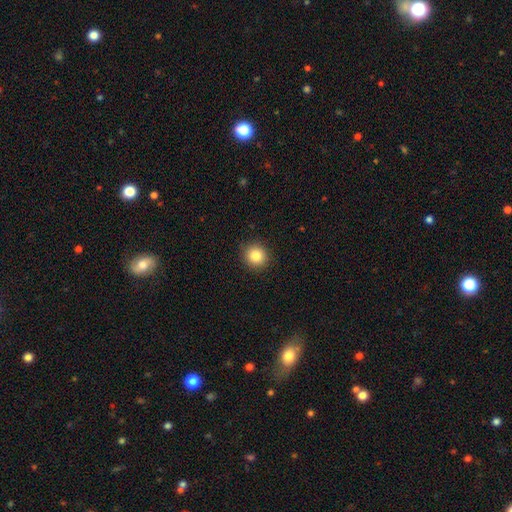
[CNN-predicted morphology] type=smooth (84%); roundness=round (89%); merging=none (91%).